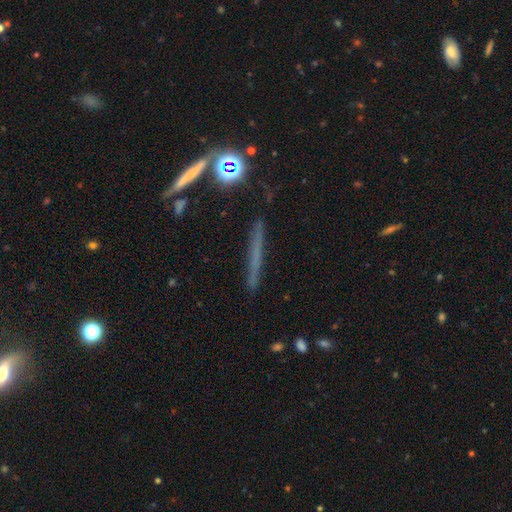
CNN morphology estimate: Smooth or featured? featured or disk (43%)
Merging? none (85%)